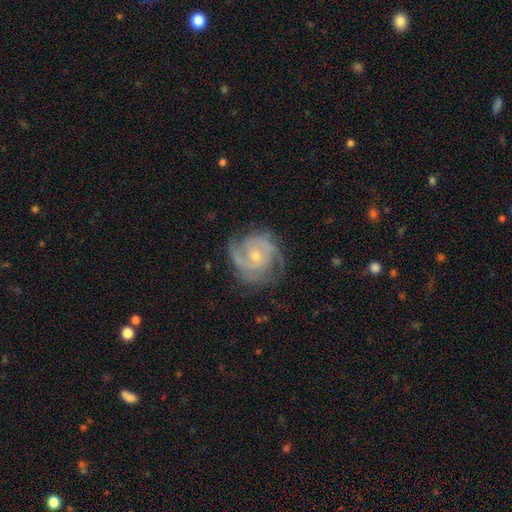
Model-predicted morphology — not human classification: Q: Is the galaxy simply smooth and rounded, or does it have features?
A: featured or disk — 85%.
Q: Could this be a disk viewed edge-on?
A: no — 98%.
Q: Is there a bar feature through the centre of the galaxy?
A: no — 70%.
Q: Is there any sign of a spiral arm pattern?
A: yes — 96%.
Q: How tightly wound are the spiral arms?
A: tight — 54%.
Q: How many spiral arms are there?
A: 2 — 39%.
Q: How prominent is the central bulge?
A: small — 63%.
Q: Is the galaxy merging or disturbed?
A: none — 72%.